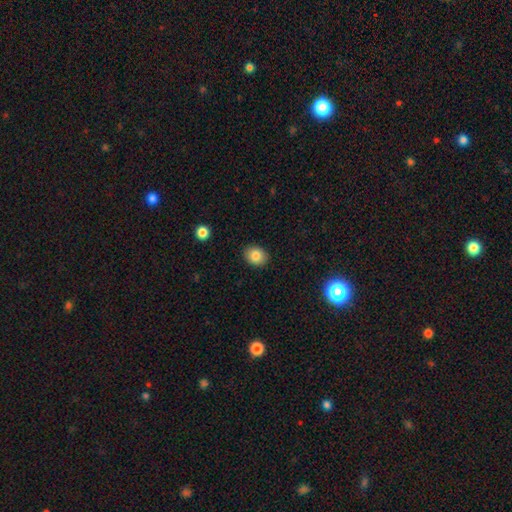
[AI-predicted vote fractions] Overall: smooth (83%). How rounded: round (56%; in between 43%). Merging: none (90%).